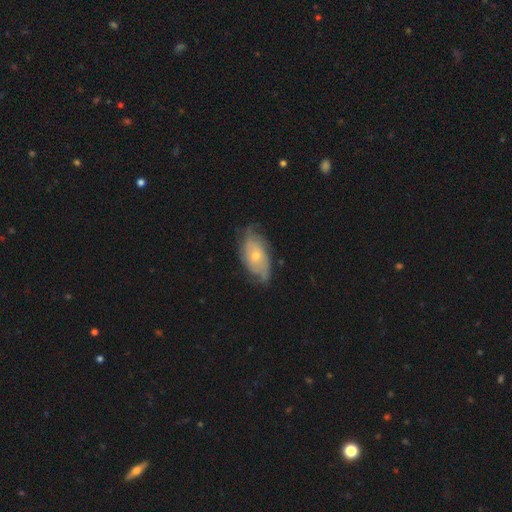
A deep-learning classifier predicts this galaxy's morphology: type=featured or disk (67%); edge-on=no (93%); bar=no (76%); spiral arms=yes (83%); winding=tight (41%); arm count=2 (41%); bulge=small (55%); merging=none (63%).